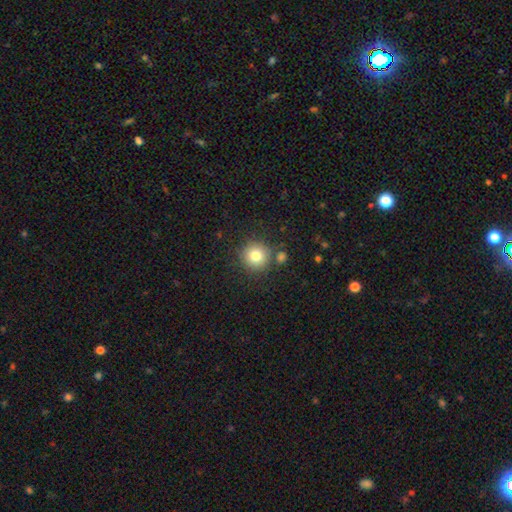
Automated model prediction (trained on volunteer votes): Smooth or featured?
  - smooth: 79% *
  - star or artifact: 12%
  - featured or disk: 9%
How rounded?
  - round: 94% *
  - in between: 5%
  - cigar-shaped: 1%
Merging?
  - none: 81% *
  - minor disturbance: 8%
  - merger: 8%
  - major disturbance: 3%